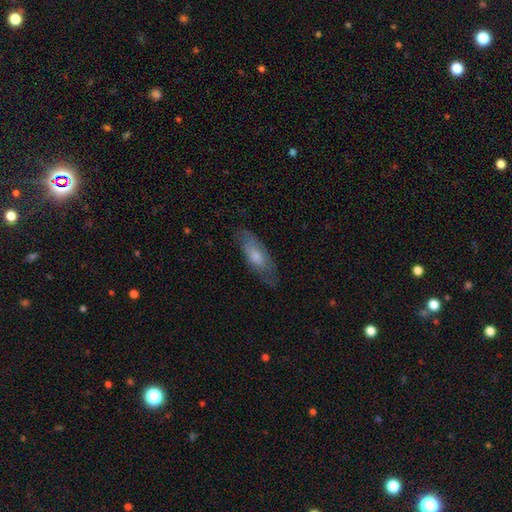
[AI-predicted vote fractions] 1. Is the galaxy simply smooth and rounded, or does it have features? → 59% smooth, 35% featured or disk, 6% star or artifact.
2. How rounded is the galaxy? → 66% in between, 32% cigar-shaped, 2% round.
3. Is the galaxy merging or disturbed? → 70% none, 22% minor disturbance, 7% major disturbance, 1% merger.